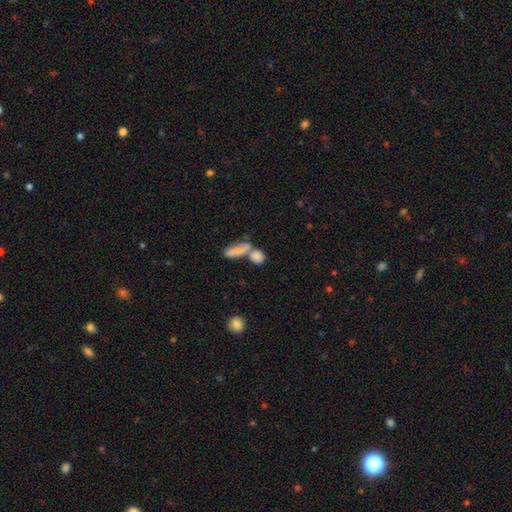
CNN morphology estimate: A smooth galaxy with no disk features (77%) that is in between round and cigar-shaped (52%). Merging: merger (55%).